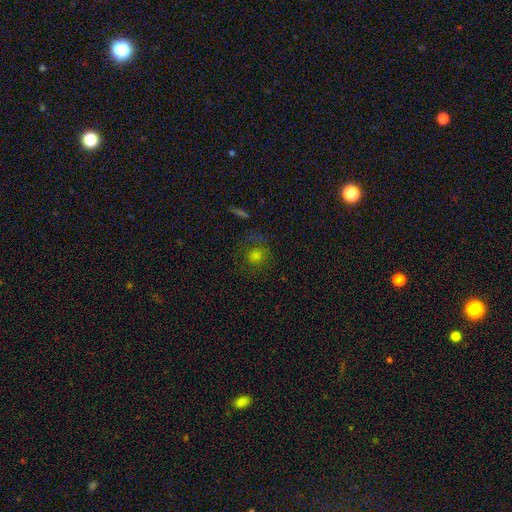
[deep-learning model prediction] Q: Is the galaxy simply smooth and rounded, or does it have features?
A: smooth — 57%.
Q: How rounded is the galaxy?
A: round — 83%.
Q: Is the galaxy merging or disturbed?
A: none — 64%.